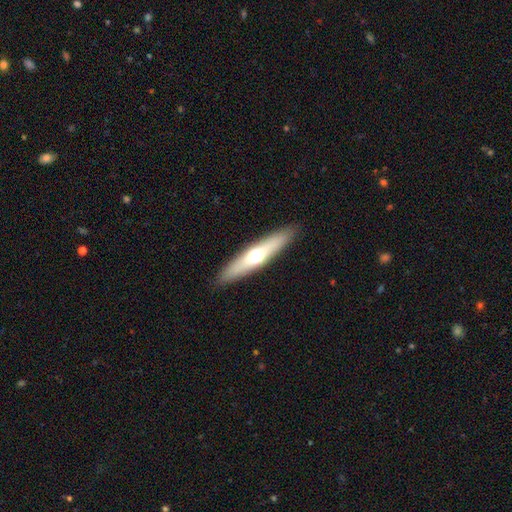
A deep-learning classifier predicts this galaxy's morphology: Smooth or featured? smooth (48%)
Merging? none (90%)